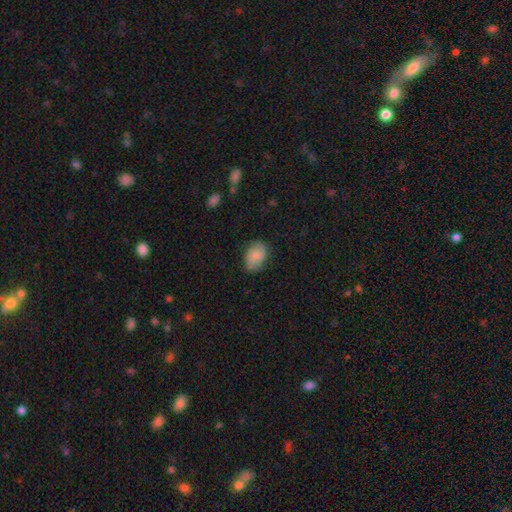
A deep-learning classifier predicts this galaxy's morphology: A smooth galaxy with no disk features (74%) that is in between round and cigar-shaped (78%). Merging: none (71%).